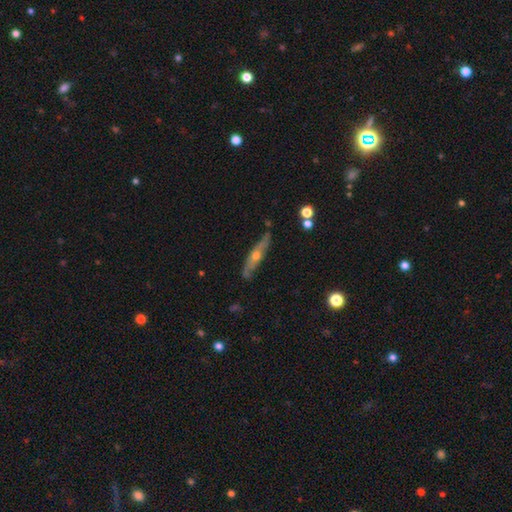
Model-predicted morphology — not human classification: smooth-or-featured: featured or disk: 64% | smooth: 29% | star or artifact: 7%
  disk-edge-on: yes: 80% | no: 20%
    edge-on-bulge: rounded: 87% | none: 10% | boxy: 3%
  merging: none: 80% | minor disturbance: 15% | major disturbance: 3% | merger: 2%